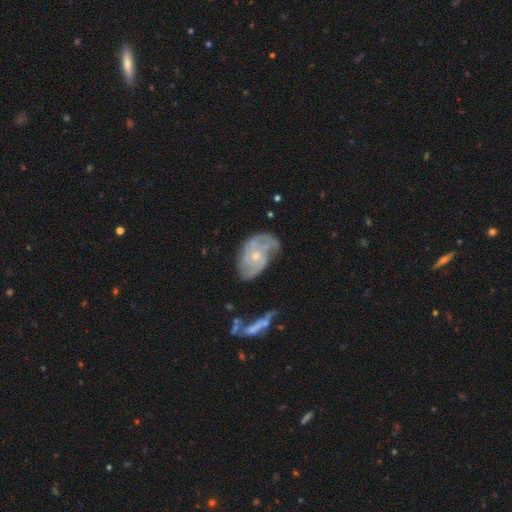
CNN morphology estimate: This appears to be a featured or disk galaxy (80%) with no bar (75%), 2 (28%, tied with can't tell) medium (42%) spiral arms (89%) and a small central bulge (61%). Merging: none (54%).